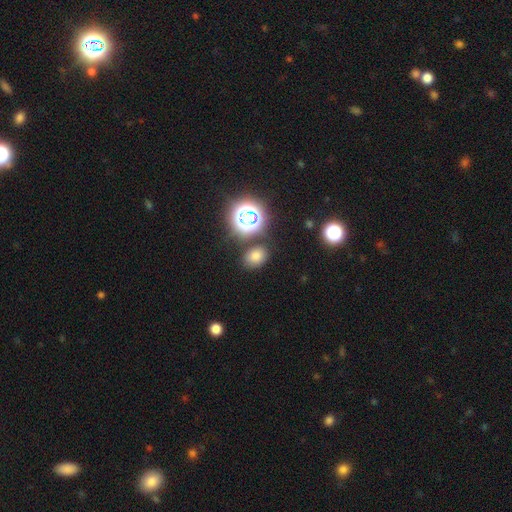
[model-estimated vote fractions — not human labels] Smooth or featured? Predicted: smooth (p=0.70). How rounded? Predicted: in between (p=0.58). Merging? Predicted: none (p=0.79).